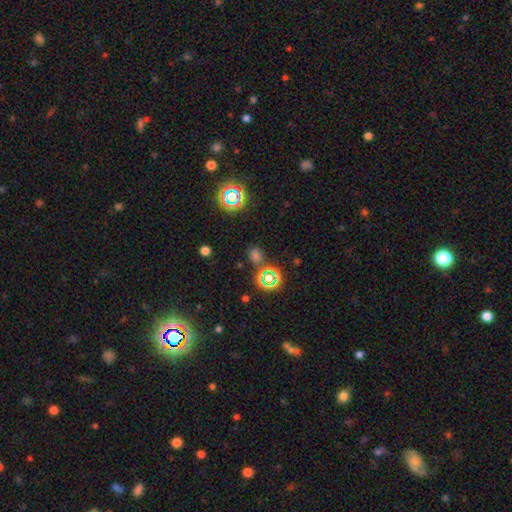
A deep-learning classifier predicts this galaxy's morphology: Smooth or featured?
  - star or artifact: 51% *
  - smooth: 41%
  - featured or disk: 7%